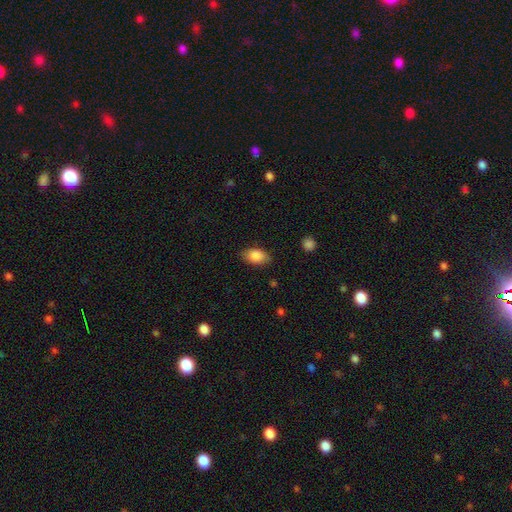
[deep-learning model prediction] Morphology: type=smooth (86%); roundness=in between (89%); merging=none (81%).